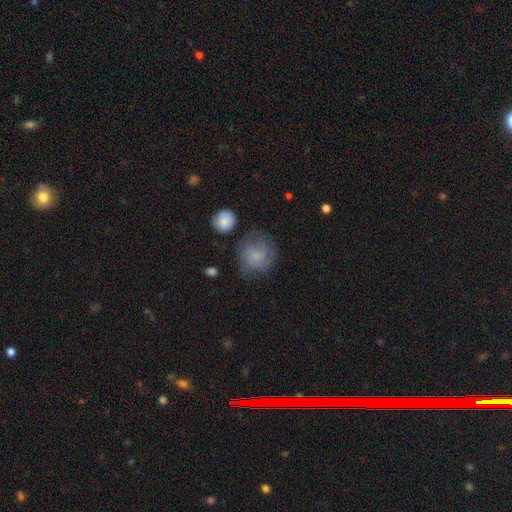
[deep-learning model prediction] Smooth or featured: smooth — 52% (featured or disk — 39%)
How rounded: round — 81% (in between — 18%)
Merging: none — 63% (minor disturbance — 21%)